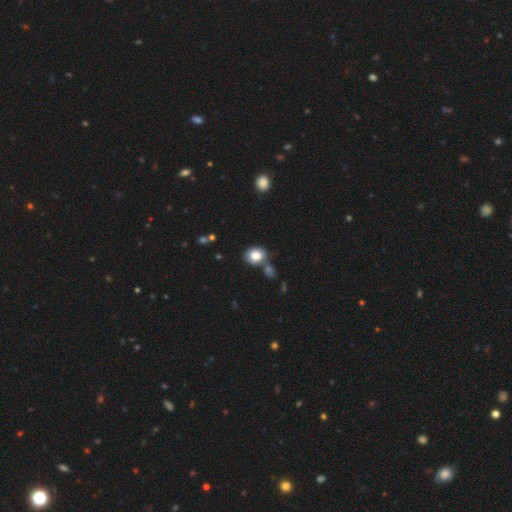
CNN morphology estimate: Q: Smooth or featured?
A: smooth (82%); runner-up: featured or disk (9%)
Q: How rounded?
A: round (56%); runner-up: in between (43%)
Q: Merging?
A: none (63%); runner-up: merger (18%)